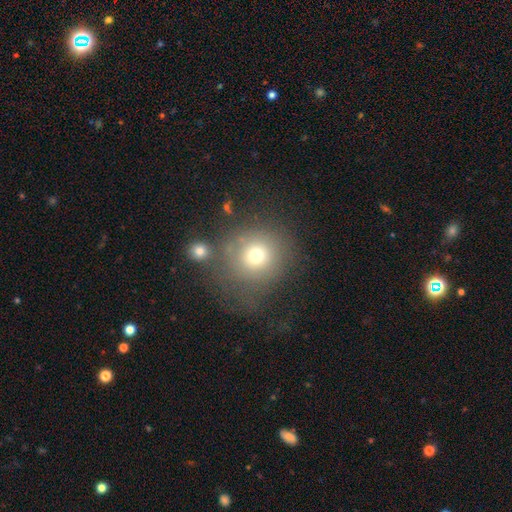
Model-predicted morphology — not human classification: Smooth or featured? smooth (71%)
How rounded? round (87%)
Merging? none (63%)